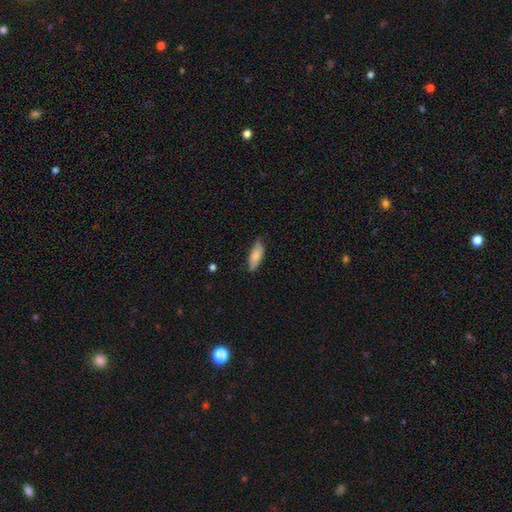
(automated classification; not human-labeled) This appears to be a smooth galaxy with no disk features (83%) that is in between round and cigar-shaped (68%). Merging: none (72%).